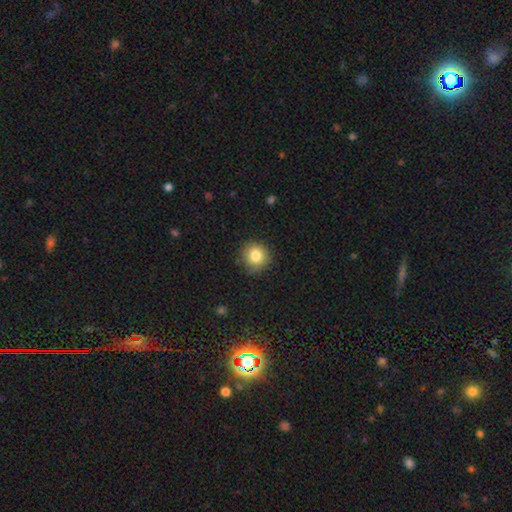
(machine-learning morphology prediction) A smooth galaxy with no disk features (82%) that is round (92%). Merging: none (83%).